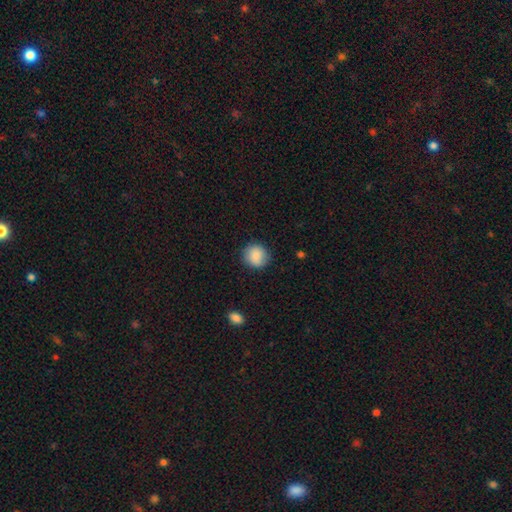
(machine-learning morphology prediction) Smooth or featured: smooth — 87% (star or artifact — 8%)
How rounded: round — 90% (in between — 9%)
Merging: none — 85% (minor disturbance — 11%)